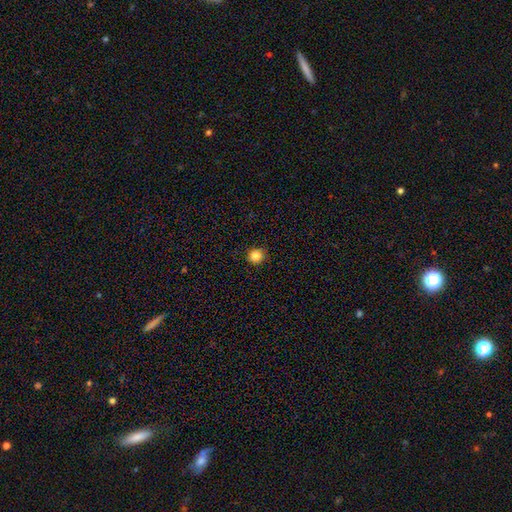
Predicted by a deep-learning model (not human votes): smooth-or-featured: smooth: 85% | star or artifact: 11% | featured or disk: 4%
  how-rounded: round: 91% | in between: 8% | cigar-shaped: 1%
  merging: none: 88% | minor disturbance: 9% | major disturbance: 2% | merger: 1%